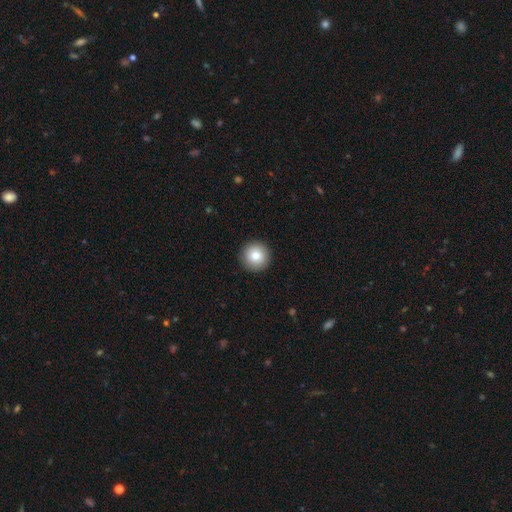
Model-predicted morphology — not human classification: Overall: smooth (80%). How rounded: round (96%). Merging: none (92%).